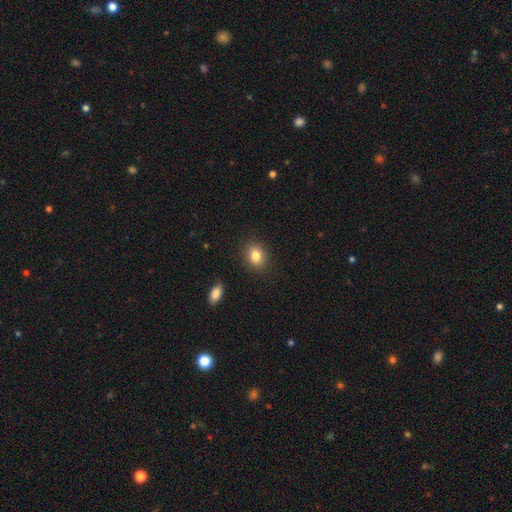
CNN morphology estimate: Smooth or featured?
  - smooth: 84% *
  - star or artifact: 9%
  - featured or disk: 7%
How rounded?
  - in between: 55% *
  - round: 44%
  - cigar-shaped: 1%
Merging?
  - none: 88% *
  - minor disturbance: 8%
  - major disturbance: 2%
  - merger: 1%